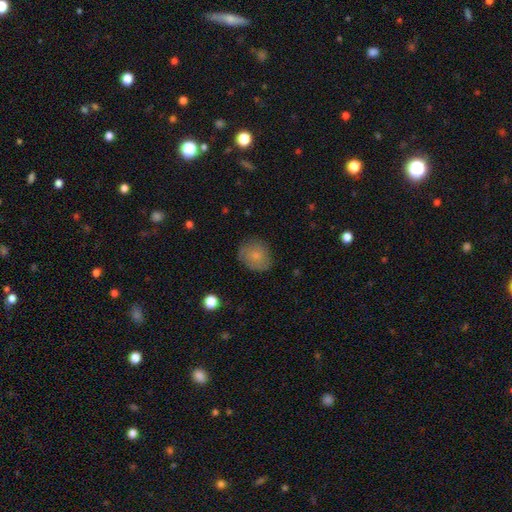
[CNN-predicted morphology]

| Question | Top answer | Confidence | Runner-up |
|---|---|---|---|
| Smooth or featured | smooth | 73% | featured or disk (19%) |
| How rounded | round | 61% | in between (38%) |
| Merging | none | 75% | minor disturbance (18%) |